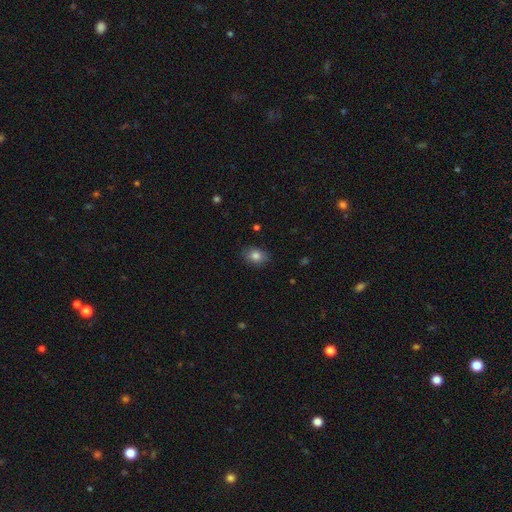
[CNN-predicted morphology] Smooth or featured: smooth — 83% (star or artifact — 10%)
How rounded: in between — 67% (round — 32%)
Merging: none — 85% (minor disturbance — 11%)